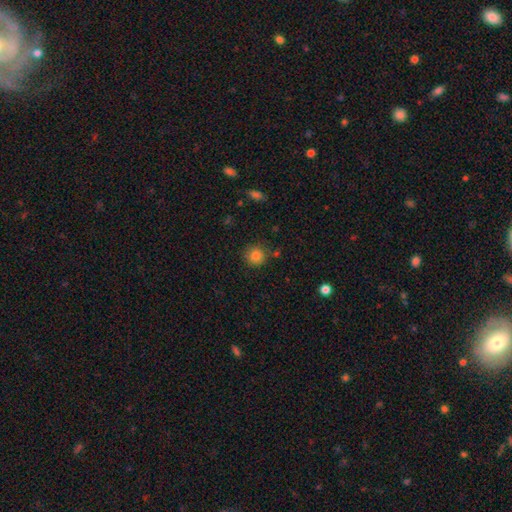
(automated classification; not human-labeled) The model was most divided on "smooth or featured": smooth: 83%, star or artifact: 11%, featured or disk: 5%. More confident: how rounded — round (92%); merging — none (84%).